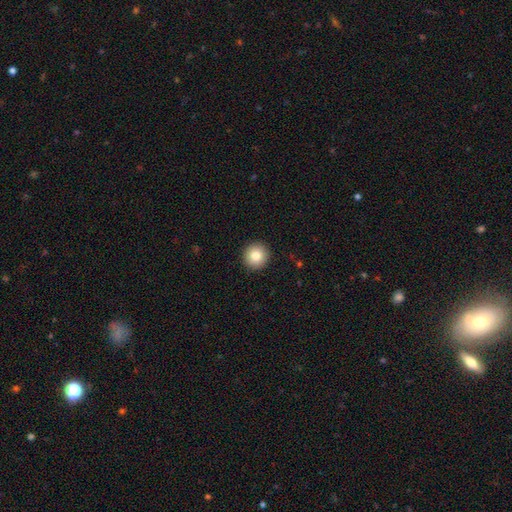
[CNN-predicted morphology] This is clearly a smooth galaxy (84%). How rounded: clearly round (95%). Merging: clearly none (93%).